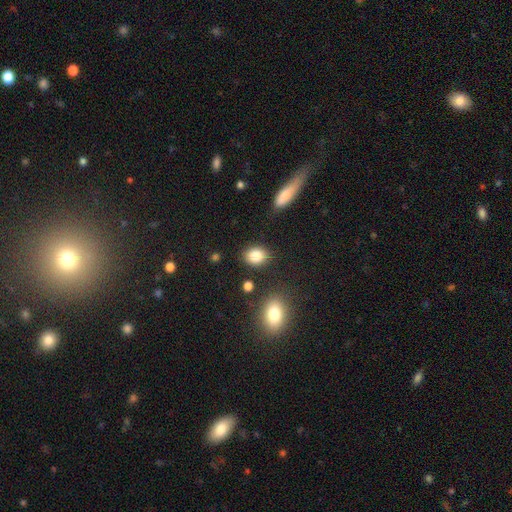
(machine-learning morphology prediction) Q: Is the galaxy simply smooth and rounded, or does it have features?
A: smooth — 85%.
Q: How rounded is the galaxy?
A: in between — 63%.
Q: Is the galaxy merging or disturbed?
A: none — 83%.